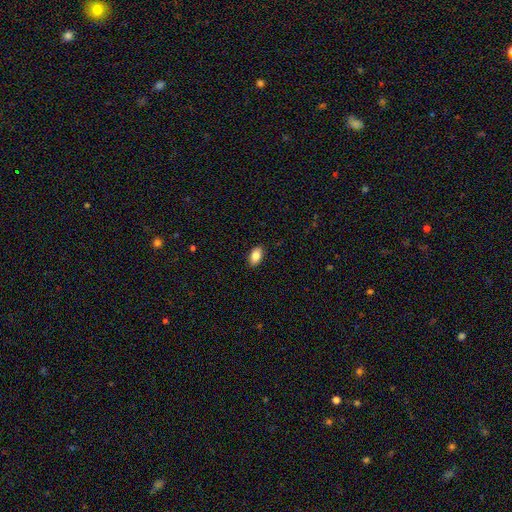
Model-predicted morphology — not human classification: This appears to be a smooth galaxy with no disk features (85%) that is in between round and cigar-shaped (92%). Merging: none (89%).